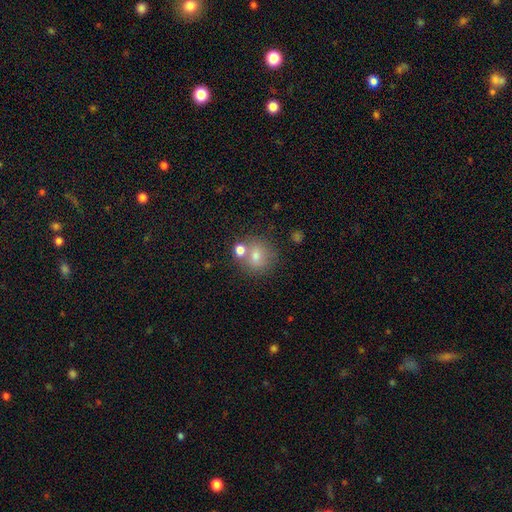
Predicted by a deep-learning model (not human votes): Overall: smooth (72%). How rounded: round (81%). Merging: none (61%; merger 24%).